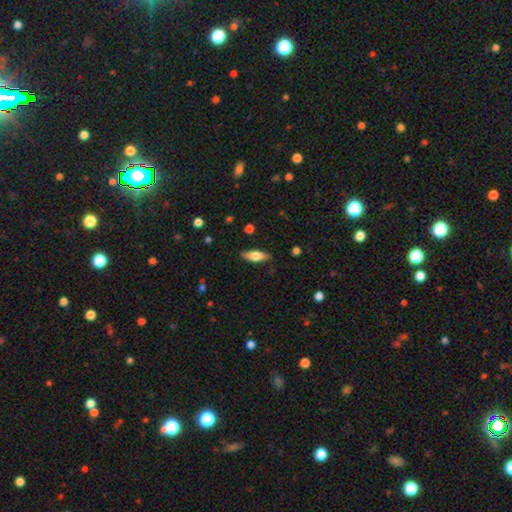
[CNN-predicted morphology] This is likely a smooth galaxy (62%). How rounded: likely in between (64%). Merging: clearly none (86%).